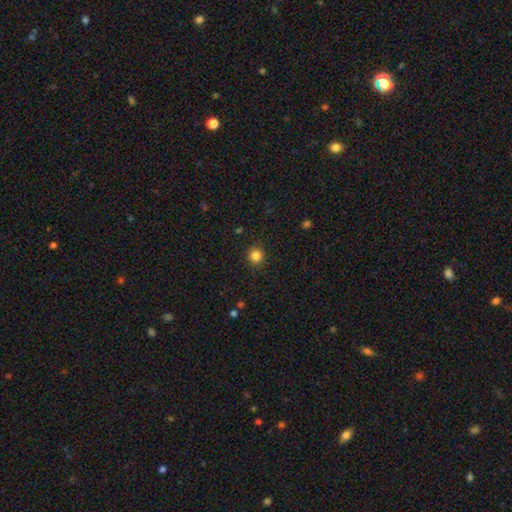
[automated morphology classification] A smooth galaxy with no disk features (85%) that is round (91%).

Vote fractions:
- Smooth or featured? smooth: 85% / star or artifact: 12% / featured or disk: 4%
- How rounded? round: 91% / in between: 8% / cigar-shaped: 1%
- Merging? none: 90% / minor disturbance: 6% / major disturbance: 2% / merger: 1%